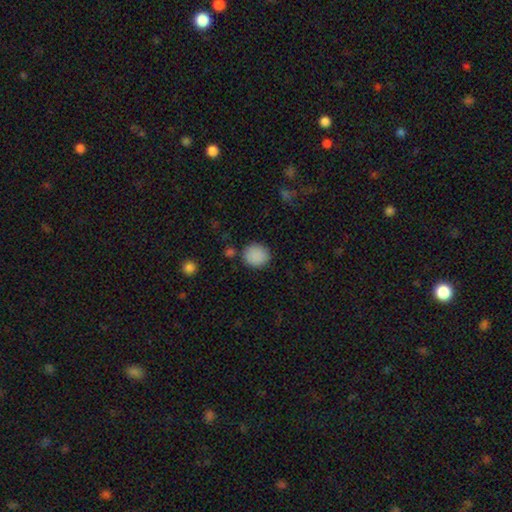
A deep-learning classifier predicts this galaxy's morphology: This appears to be a smooth galaxy with no disk features (88%) that is round (84%). Merging: none (85%).